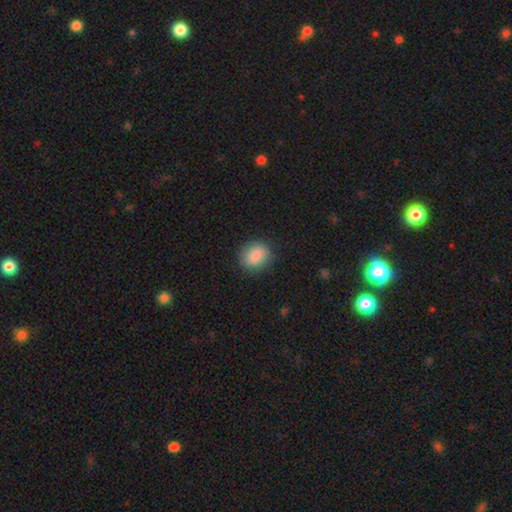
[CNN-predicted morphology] Q: Smooth or featured?
A: smooth (87%); runner-up: star or artifact (7%)
Q: How rounded?
A: round (53%); runner-up: in between (46%)
Q: Merging?
A: none (83%); runner-up: minor disturbance (12%)